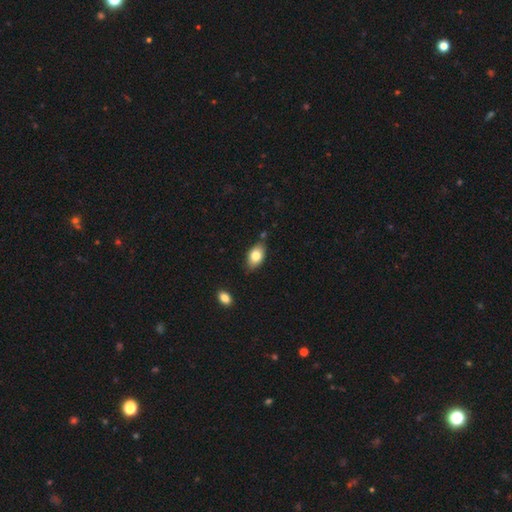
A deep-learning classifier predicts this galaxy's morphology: smooth-or-featured: smooth: 80% | featured or disk: 13% | star or artifact: 7%
  how-rounded: in between: 88% | round: 9% | cigar-shaped: 2%
  merging: none: 76% | minor disturbance: 17% | merger: 4% | major disturbance: 3%